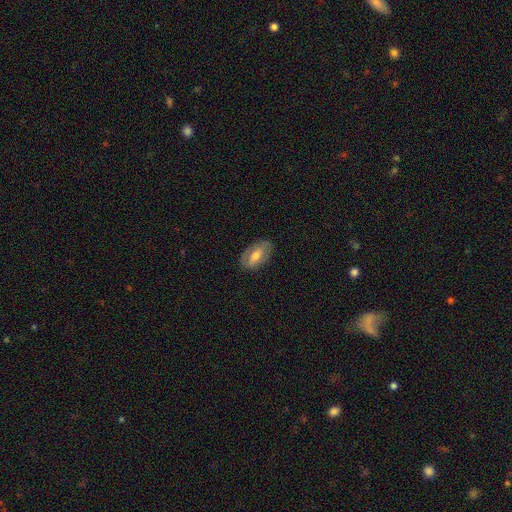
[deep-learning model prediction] smooth-or-featured: smooth: 54% | featured or disk: 40% | star or artifact: 7%
  how-rounded: in between: 90% | round: 6% | cigar-shaped: 4%
  merging: none: 78% | minor disturbance: 16% | major disturbance: 5% | merger: 1%